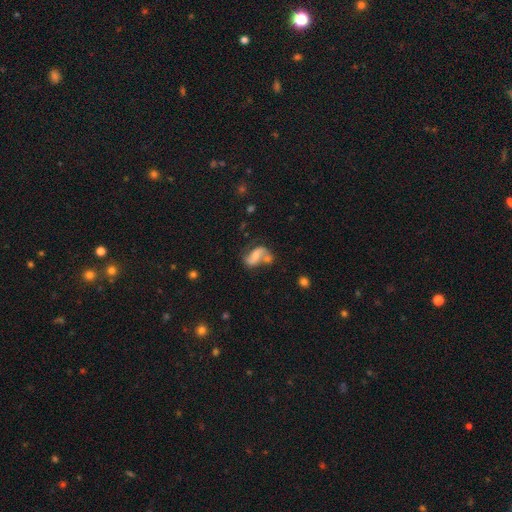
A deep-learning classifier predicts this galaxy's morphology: The model was most divided on "bulge size": moderate: 42%, small: 39%, none: 11%, large: 6%, dominant: 2%. Remaining: edge-on disk — no (96%); spiral arms — yes (83%); smooth or featured — featured or disk (61%); bar — no (46%); merging — none (39%).